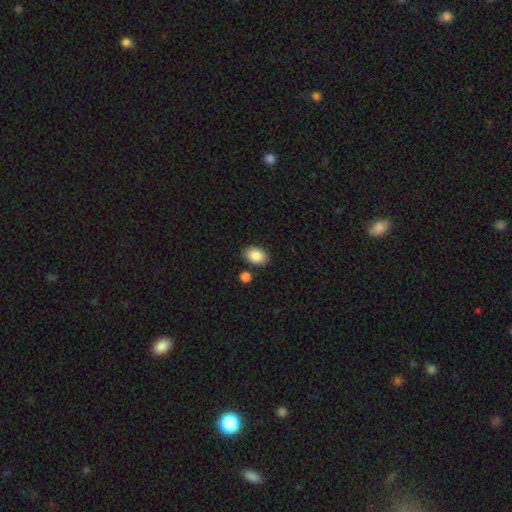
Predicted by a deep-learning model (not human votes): Smooth or featured: smooth — 88% (star or artifact — 7%)
How rounded: in between — 86% (round — 13%)
Merging: none — 82% (minor disturbance — 10%)